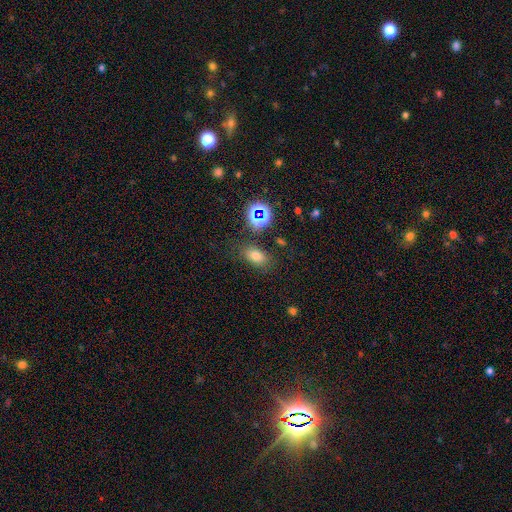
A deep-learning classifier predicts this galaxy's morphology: This appears to be a smooth galaxy with no disk features (70%) that is in between round and cigar-shaped (82%). Merging: none (79%).